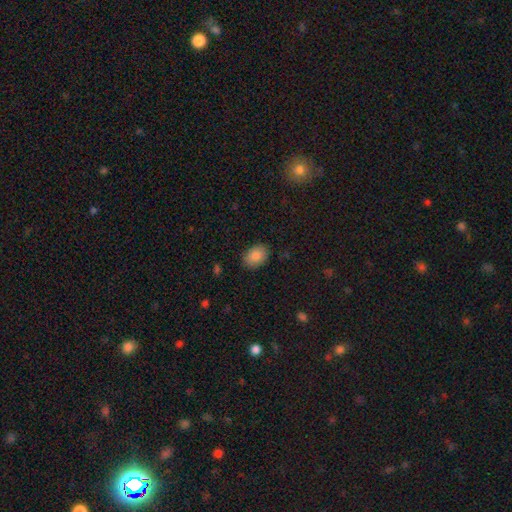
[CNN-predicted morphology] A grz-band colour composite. It shows a smooth galaxy with no disk features (87%) that is in between round and cigar-shaped (81%). Merging: none (86%).